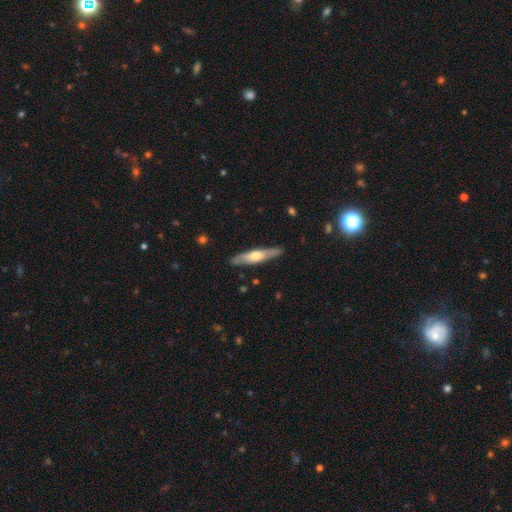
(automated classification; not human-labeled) Smooth or featured?
  - featured or disk: 53% *
  - smooth: 42%
  - star or artifact: 5%
Edge-on disk?
  - yes: 86% *
  - no: 14%
Merging?
  - none: 87% *
  - minor disturbance: 10%
  - major disturbance: 2%
  - merger: 1%